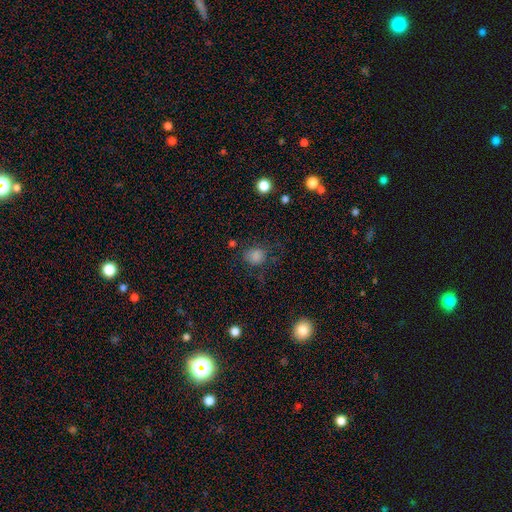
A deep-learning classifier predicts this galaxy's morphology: Overall: smooth (78%). How rounded: round (72%). Merging: none (68%).